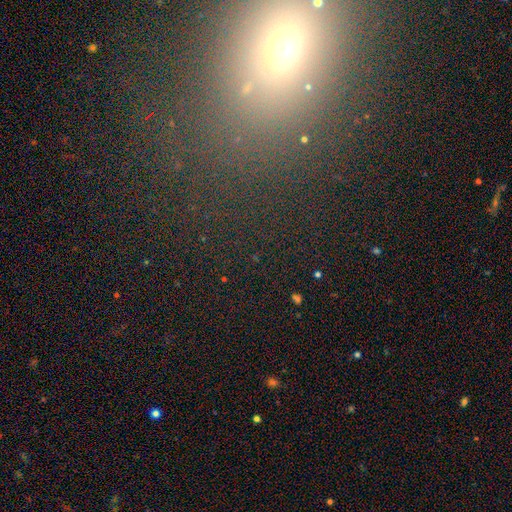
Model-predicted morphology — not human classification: Smooth or featured? star or artifact (56%)